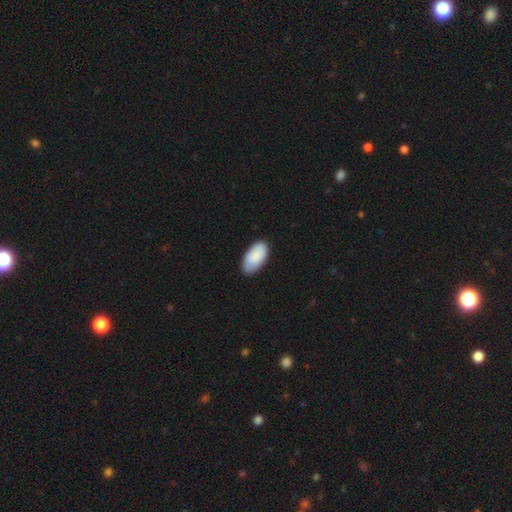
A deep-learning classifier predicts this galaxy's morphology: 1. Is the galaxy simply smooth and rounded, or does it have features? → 88% smooth, 6% featured or disk, 5% star or artifact.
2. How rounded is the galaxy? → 96% in between, 2% cigar-shaped, 2% round.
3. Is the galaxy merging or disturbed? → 79% none, 17% minor disturbance, 2% major disturbance, 1% merger.